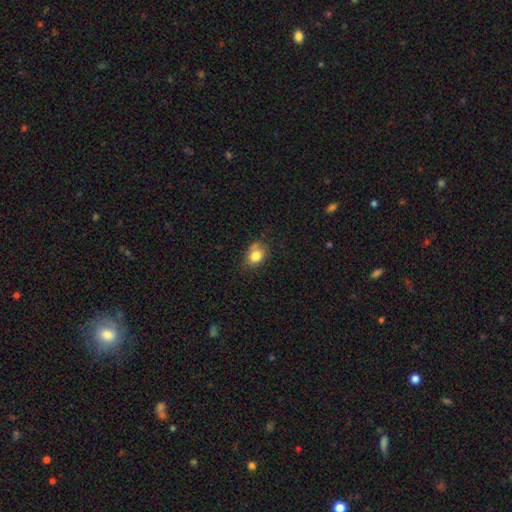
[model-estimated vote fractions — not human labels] This is clearly a smooth galaxy (81%). How rounded: possibly in between (56%). Merging: possibly none (60%).